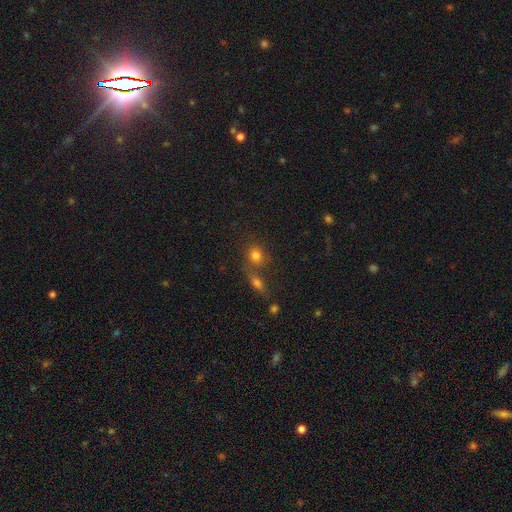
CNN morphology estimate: A smooth galaxy with no disk features (77%) that is round (68%).

Vote fractions:
- Smooth or featured? smooth: 77% / star or artifact: 13% / featured or disk: 10%
- How rounded? round: 68% / in between: 30% / cigar-shaped: 2%
- Merging? none: 53% / merger: 33% / minor disturbance: 10% / major disturbance: 5%